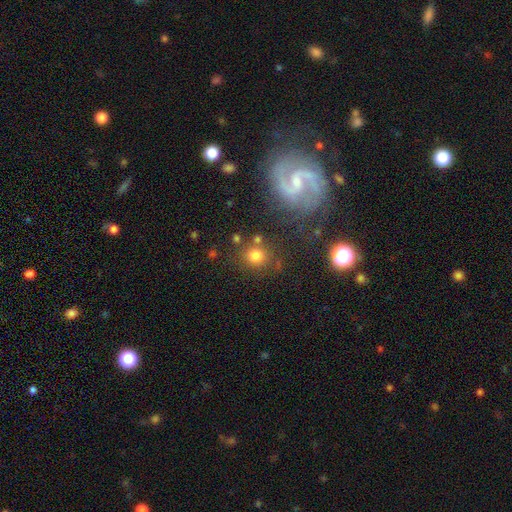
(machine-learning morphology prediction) Overall: smooth (75%). How rounded: round (86%). Merging: none (73%).